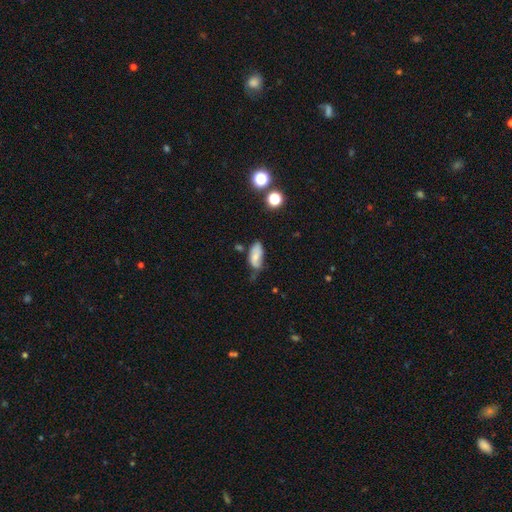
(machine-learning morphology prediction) This is likely a smooth galaxy (68%). How rounded: clearly in between (87%). Merging: possibly none (49%).